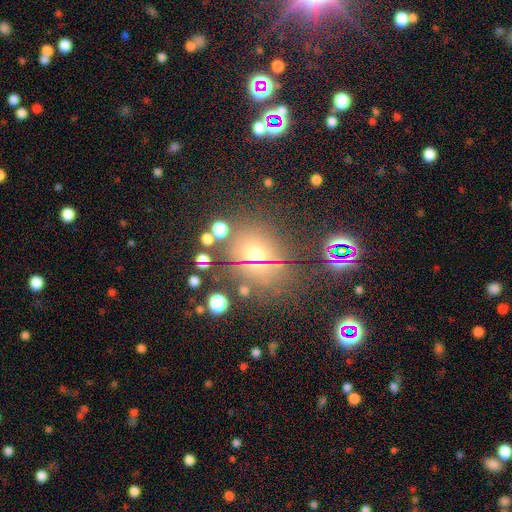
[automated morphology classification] Overall: smooth (52%; star or artifact 36%). How rounded: round (80%). Merging: none (75%).